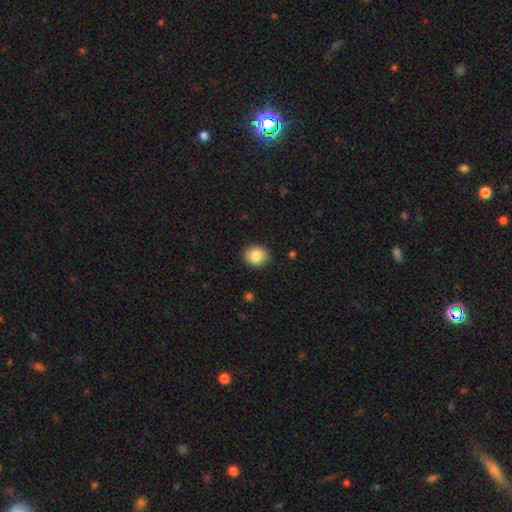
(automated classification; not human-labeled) Smooth or featured?
  - smooth: 83% *
  - star or artifact: 9%
  - featured or disk: 8%
How rounded?
  - round: 68% *
  - in between: 31%
  - cigar-shaped: 1%
Merging?
  - none: 90% *
  - minor disturbance: 8%
  - major disturbance: 2%
  - merger: 1%